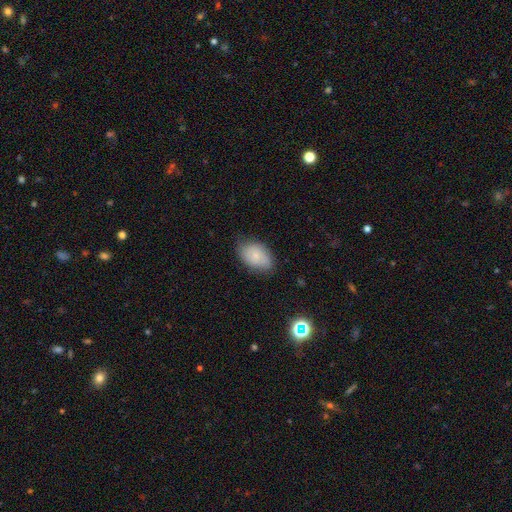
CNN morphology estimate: Smooth or featured? Predicted: smooth (p=0.69). How rounded? Predicted: in between (p=0.88). Merging? Predicted: none (p=0.72).